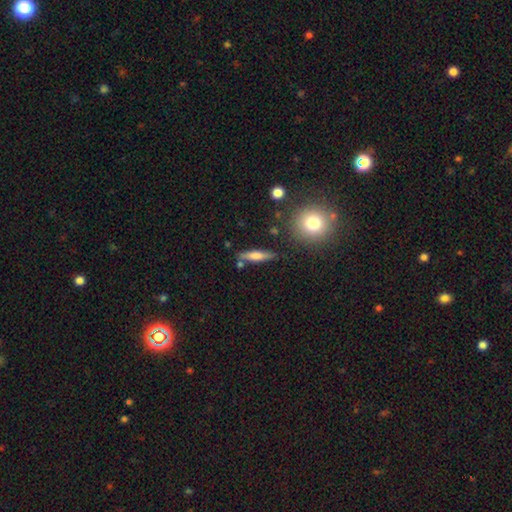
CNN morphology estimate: Smooth or featured? Predicted: smooth (p=0.57). How rounded? Predicted: cigar-shaped (p=0.79). Merging? Predicted: none (p=0.79).